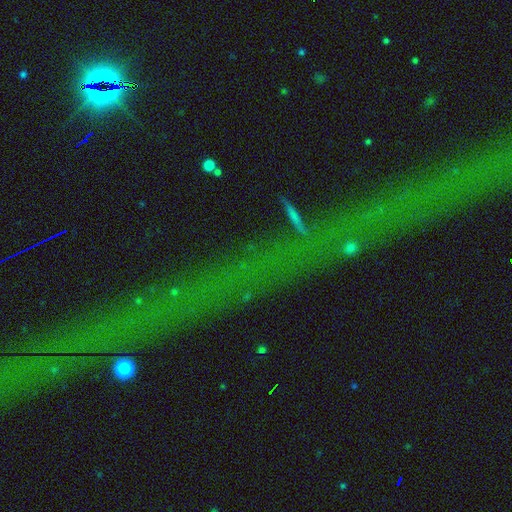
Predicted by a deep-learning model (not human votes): A star or artifact, not a galaxy (68%).